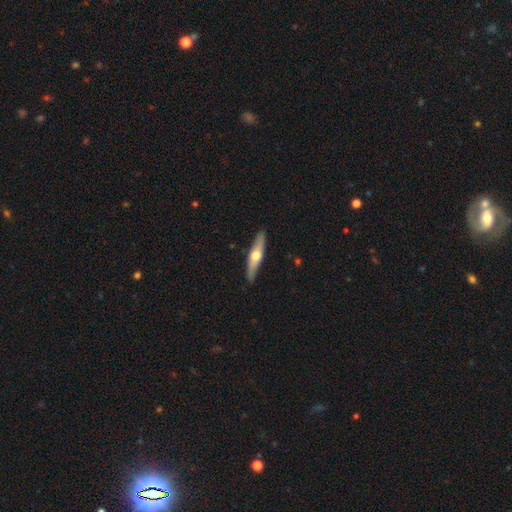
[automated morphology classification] Smooth or featured: featured or disk — 59% (smooth — 37%)
Edge-on disk: yes — 91% (no — 9%)
Edge-on bulge: rounded — 94% (none — 4%)
Merging: none — 89% (minor disturbance — 8%)